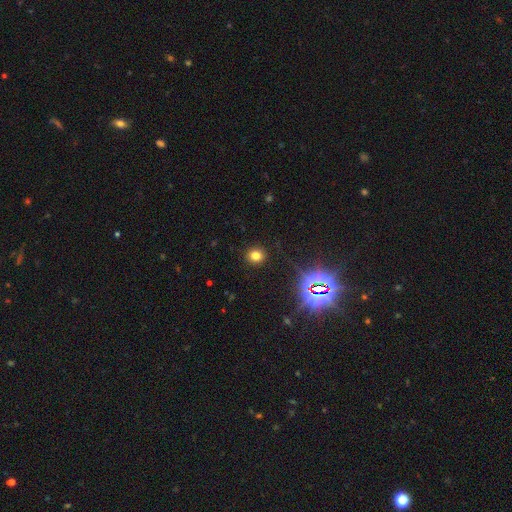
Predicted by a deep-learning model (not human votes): The model was most divided on "smooth or featured": smooth: 73%, star or artifact: 20%, featured or disk: 7%. More confident: merging — none (90%); how rounded — round (82%).